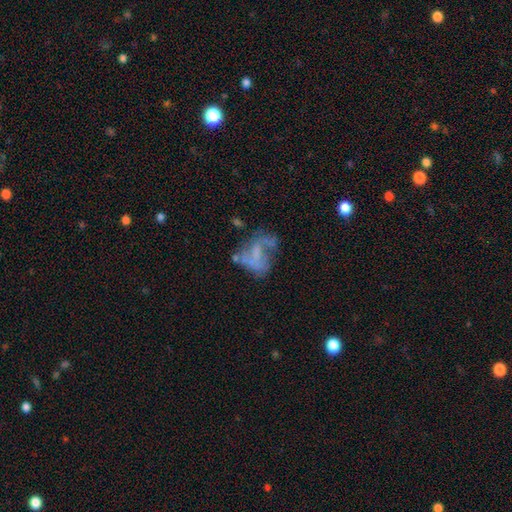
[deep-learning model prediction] Smooth or featured: featured or disk — 61% (smooth — 26%)
Edge-on disk: no — 98% (yes — 2%)
Bar: no — 62% (weak — 28%)
Spiral arms: no — 56% (yes — 44%)
Bulge size: none — 66% (small — 19%)
Merging: major disturbance — 36% (none — 33%)